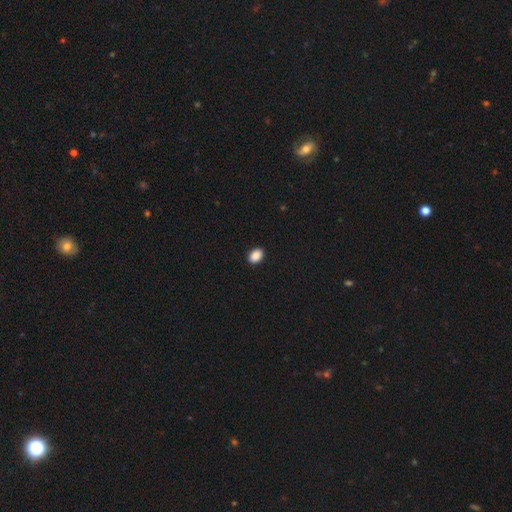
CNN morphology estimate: A smooth galaxy with no disk features (89%) that is in between round and cigar-shaped (75%). Merging: none (91%).